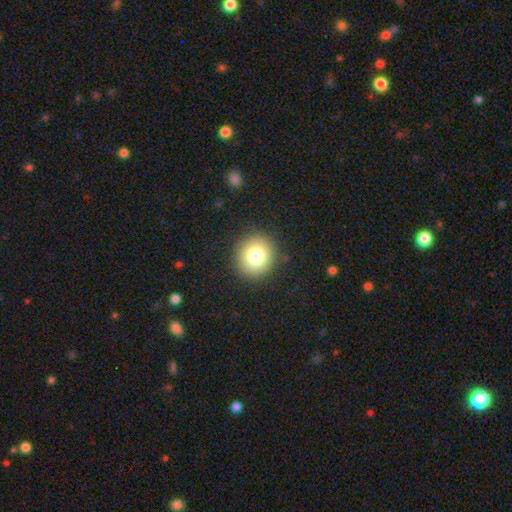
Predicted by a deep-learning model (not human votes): Overall: smooth (80%). How rounded: round (83%). Merging: none (89%).